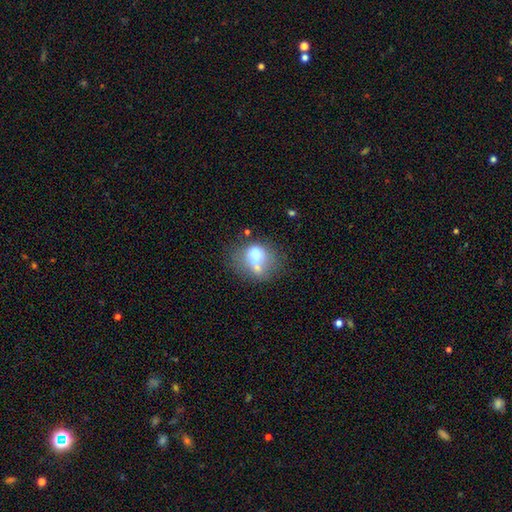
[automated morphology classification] smooth_or_featured: smooth (p=0.65) [alt: featured or disk p=0.24]
how_rounded: round (p=0.53) [alt: in between p=0.46]
merging: merger (p=0.41) [alt: none p=0.29]